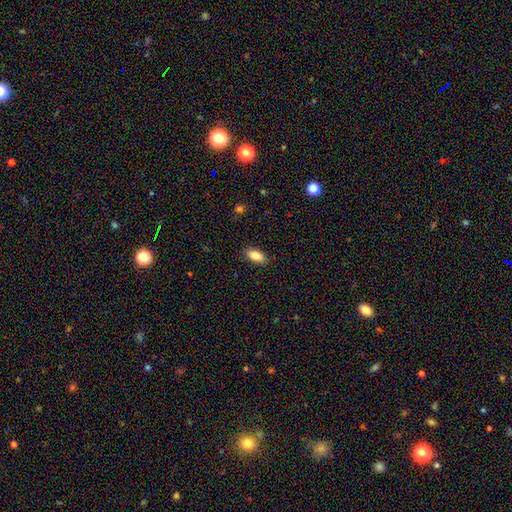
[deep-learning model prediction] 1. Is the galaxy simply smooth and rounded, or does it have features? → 85% smooth, 8% star or artifact, 8% featured or disk.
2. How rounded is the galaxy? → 90% in between, 7% cigar-shaped, 4% round.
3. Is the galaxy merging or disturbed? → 88% none, 9% minor disturbance, 2% major disturbance, 1% merger.